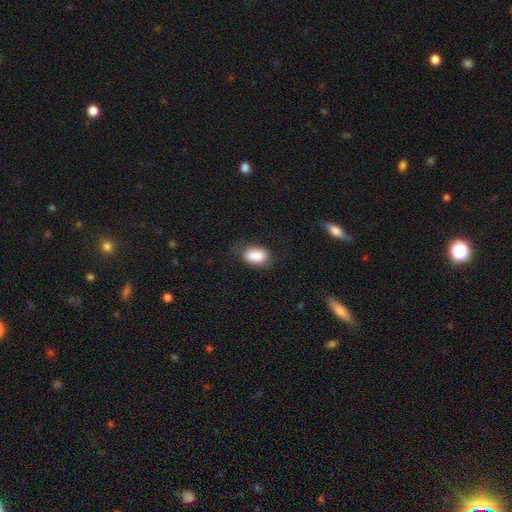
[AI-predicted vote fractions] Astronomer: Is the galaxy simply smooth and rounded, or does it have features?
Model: smooth — 87%.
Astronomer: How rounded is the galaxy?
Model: in between — 83%.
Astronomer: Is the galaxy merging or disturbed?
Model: none — 71%.